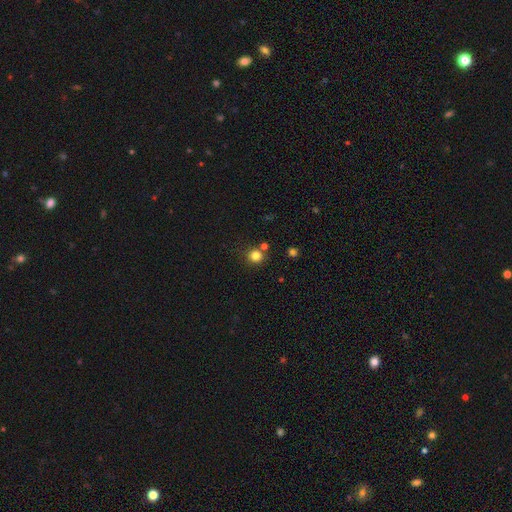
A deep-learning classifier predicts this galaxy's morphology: Smooth or featured: smooth — 82% (star or artifact — 14%)
How rounded: round — 91% (in between — 8%)
Merging: none — 78% (merger — 11%)